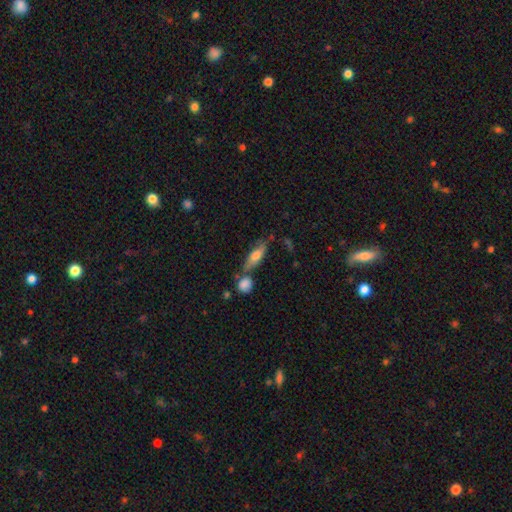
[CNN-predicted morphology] Overall: smooth (62%; featured or disk 31%). How rounded: in between (56%; cigar-shaped 40%). Merging: none (56%; merger 20%).